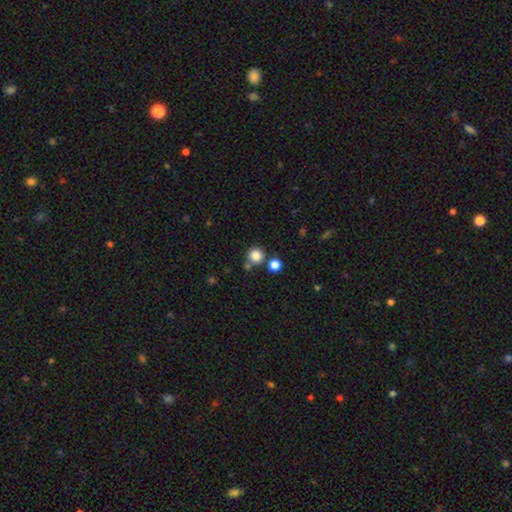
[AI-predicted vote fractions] A smooth galaxy with no disk features (83%) that is round (93%). Merging: none (72%).